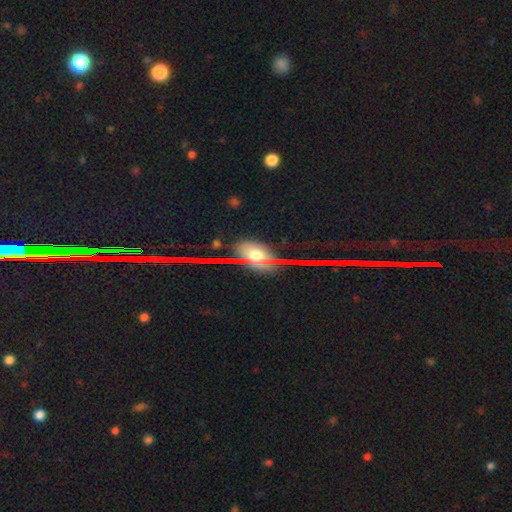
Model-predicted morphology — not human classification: Overall: featured or disk (46%; smooth 31%). Merging: none (64%).